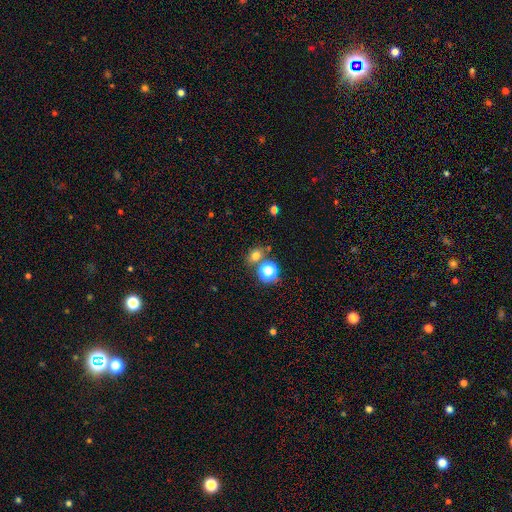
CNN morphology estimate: The model was most divided on "how rounded": round: 63%, in between: 36%, cigar-shaped: 1%. More confident: merging — none (71%); smooth or featured — smooth (70%).